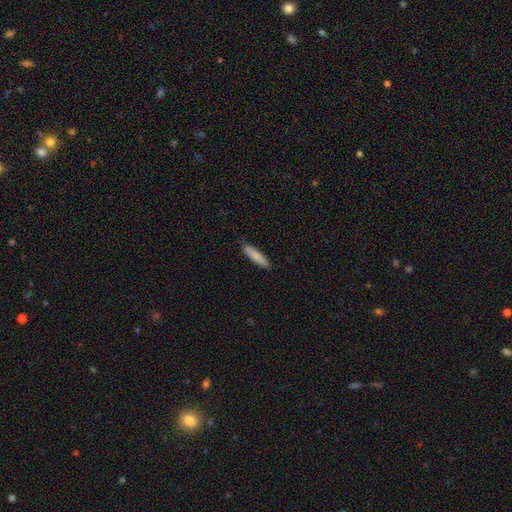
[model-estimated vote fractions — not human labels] Smooth or featured: smooth — 85% (featured or disk — 9%)
How rounded: cigar-shaped — 80% (in between — 18%)
Merging: none — 88% (minor disturbance — 10%)